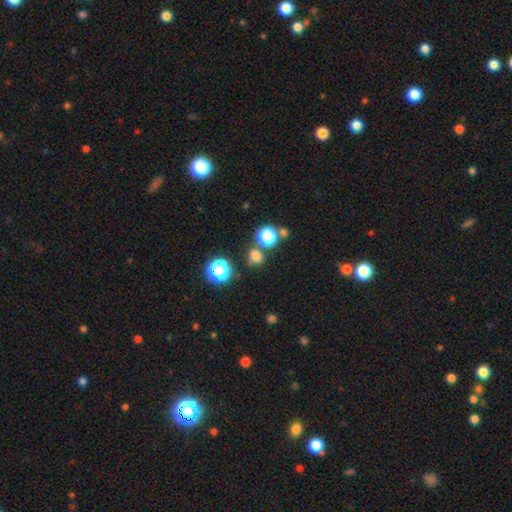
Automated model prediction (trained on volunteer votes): Smooth or featured? Predicted: smooth (p=0.72). How rounded? Predicted: round (p=0.78). Merging? Predicted: none (p=0.73).